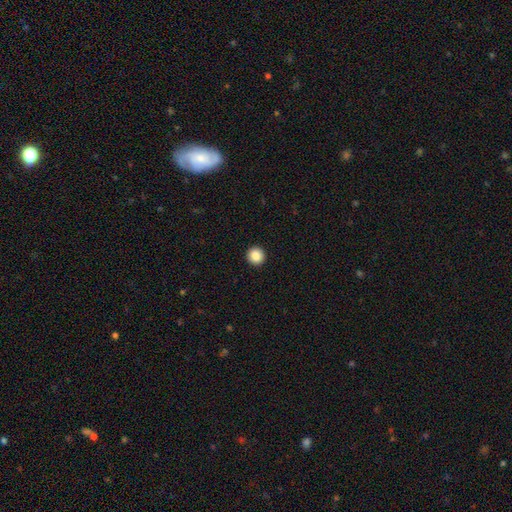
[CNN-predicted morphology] Smooth or featured? Predicted: smooth (p=0.88). How rounded? Predicted: round (p=0.96). Merging? Predicted: none (p=0.94).